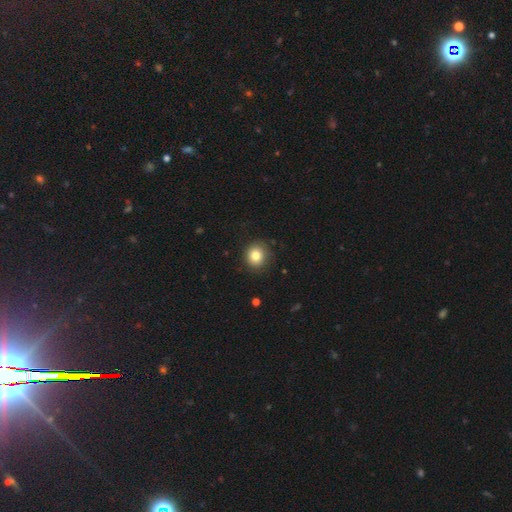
smooth_or_featured: smooth (p=0.95) [alt: star or artifact p=0.05]
how_rounded: round (p=0.86) [alt: in between p=0.14]
merging: none (p=0.86) [alt: minor disturbance p=0.11]